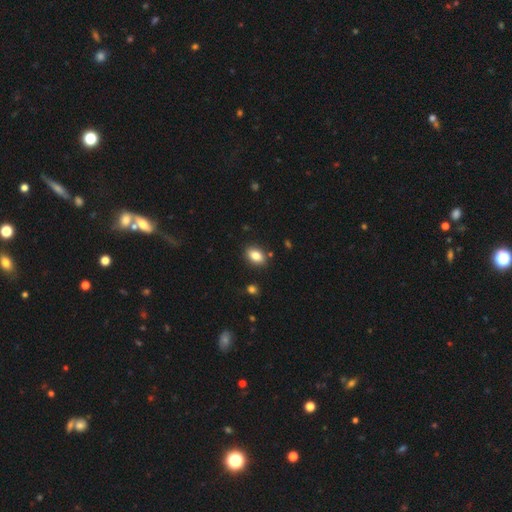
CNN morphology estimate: This appears to be a smooth galaxy with no disk features (85%) that is in between round and cigar-shaped (86%). Merging: none (87%).